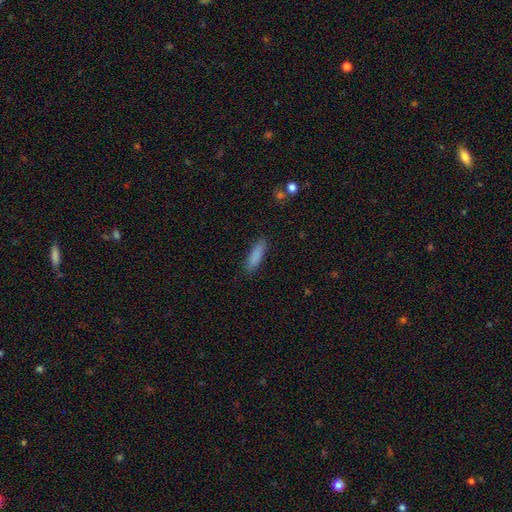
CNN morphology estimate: type=smooth (86%); roundness=cigar-shaped (67%); merging=none (87%).